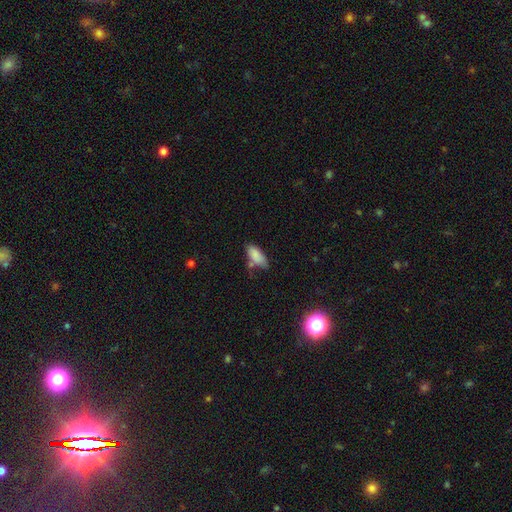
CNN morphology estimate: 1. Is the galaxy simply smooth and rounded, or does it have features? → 84% smooth, 8% star or artifact, 8% featured or disk.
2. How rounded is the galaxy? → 82% in between, 15% cigar-shaped, 2% round.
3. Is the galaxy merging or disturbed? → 51% none, 27% minor disturbance, 14% merger, 8% major disturbance.